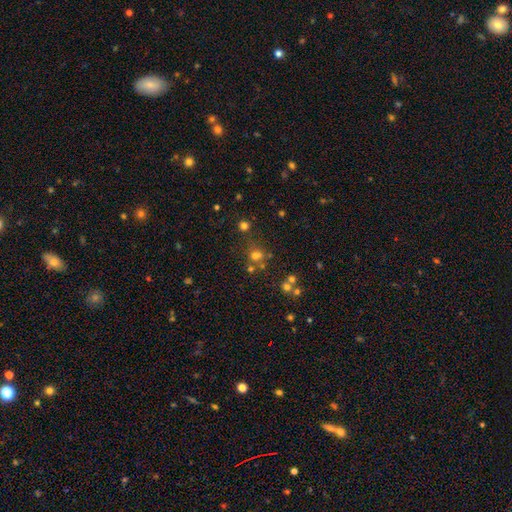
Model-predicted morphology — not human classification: The model was most divided on "smooth or featured": smooth: 58%, star or artifact: 29%, featured or disk: 13%. More confident: how rounded — round (82%); merging — none (60%).